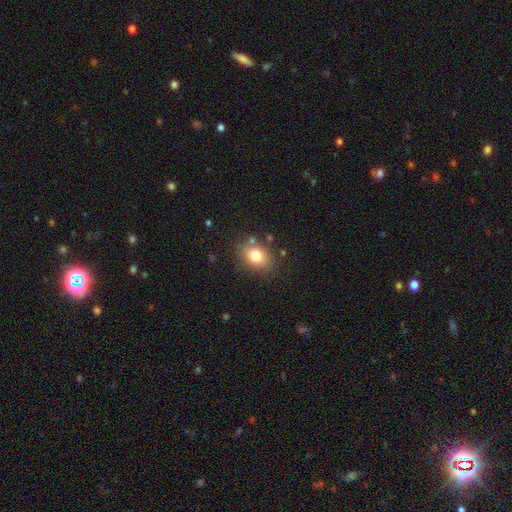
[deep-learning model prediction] smooth-or-featured: smooth: 78% | featured or disk: 11% | star or artifact: 11%
  how-rounded: in between: 63% | round: 36% | cigar-shaped: 1%
  merging: none: 78% | minor disturbance: 13% | merger: 5% | major disturbance: 4%